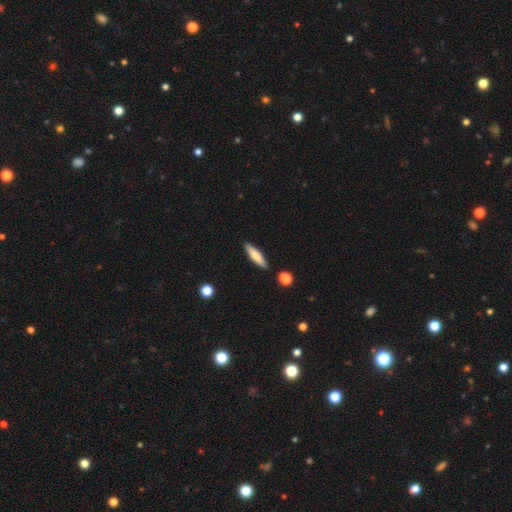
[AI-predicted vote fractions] Smooth or featured? Predicted: smooth (p=0.70). How rounded? Predicted: cigar-shaped (p=0.71). Merging? Predicted: none (p=0.87).